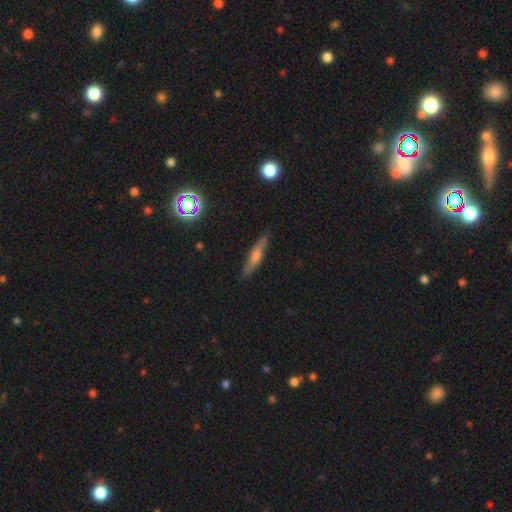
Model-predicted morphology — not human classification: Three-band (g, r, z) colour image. It shows a featured or disk galaxy (49%). Merging: none (84%).